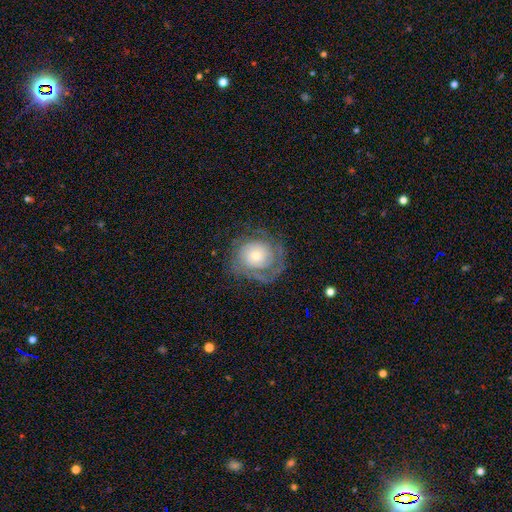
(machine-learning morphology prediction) Smooth or featured?
  - featured or disk: 75% *
  - smooth: 18%
  - star or artifact: 7%
Edge-on disk?
  - no: 97% *
  - yes: 3%
Bar?
  - no: 81% *
  - weak: 15%
  - strong: 4%
Spiral arms?
  - yes: 89% *
  - no: 11%
Spiral winding?
  - tight: 68% *
  - medium: 24%
  - loose: 8%
Spiral arm count?
  - can't tell: 36% *
  - 2: 29%
  - 3: 14%
  - 1: 10%
  - 4: 6%
  - more than 4: 5%
Bulge size?
  - small: 49% *
  - moderate: 41%
  - large: 6%
  - dominant: 2%
  - none: 1%
Merging?
  - none: 70% *
  - minor disturbance: 17%
  - major disturbance: 12%
  - merger: 1%